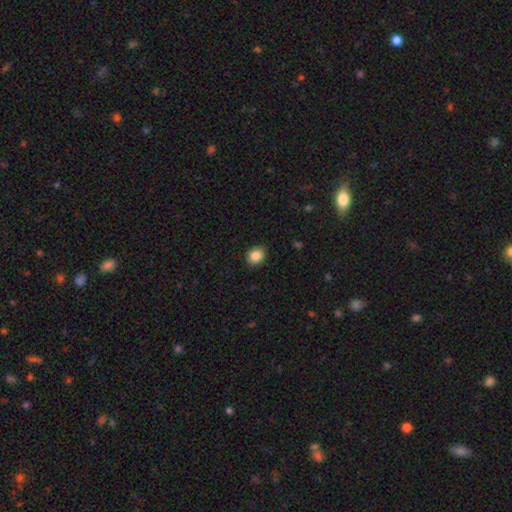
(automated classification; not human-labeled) smooth_or_featured: smooth (p=0.86) [alt: star or artifact p=0.09]
how_rounded: round (p=0.63) [alt: in between p=0.36]
merging: none (p=0.89) [alt: minor disturbance p=0.08]